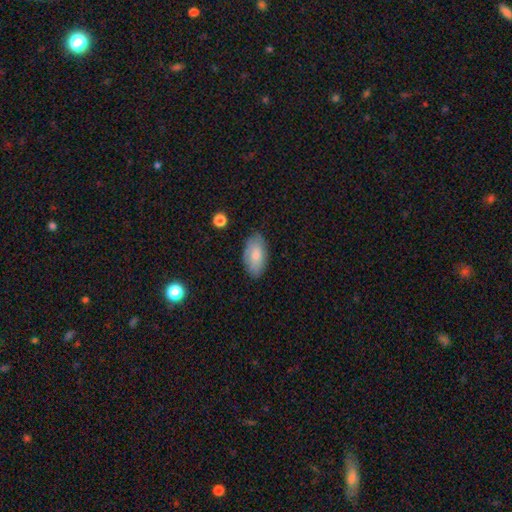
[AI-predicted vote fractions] smooth_or_featured: smooth (p=0.77) [alt: featured or disk p=0.17]
how_rounded: in between (p=0.93) [alt: round p=0.04]
merging: none (p=0.78) [alt: minor disturbance p=0.17]